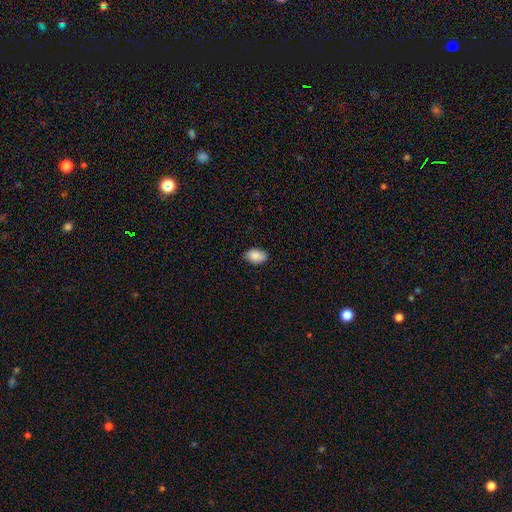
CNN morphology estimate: type=smooth (88%); roundness=in between (89%); merging=none (85%).